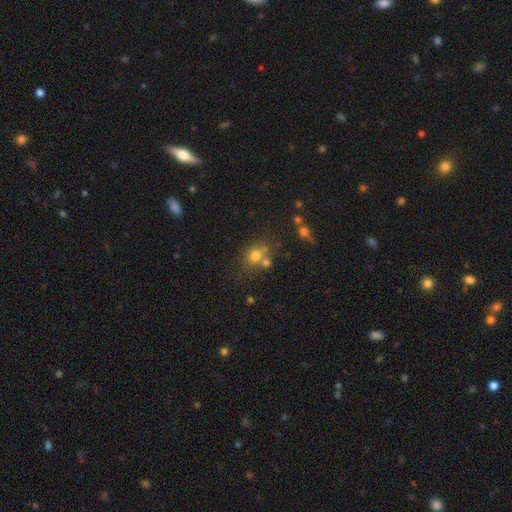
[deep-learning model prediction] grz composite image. It shows a smooth galaxy with no disk features (71%) that is round (72%). Merging: none (54%).